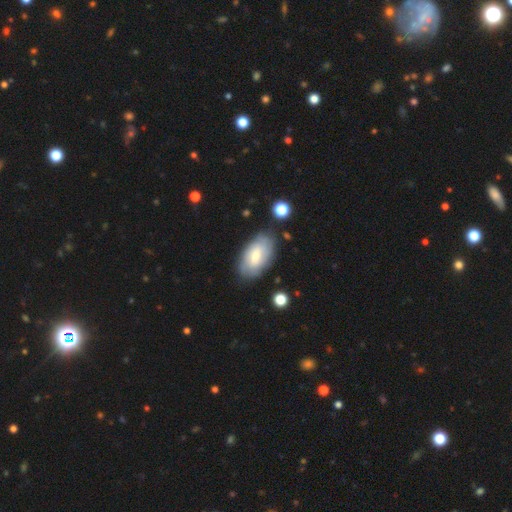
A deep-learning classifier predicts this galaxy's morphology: Smooth or featured?
  - smooth: 59% *
  - featured or disk: 34%
  - star or artifact: 7%
How rounded?
  - in between: 94% *
  - round: 4%
  - cigar-shaped: 3%
Merging?
  - none: 76% *
  - minor disturbance: 17%
  - major disturbance: 5%
  - merger: 3%